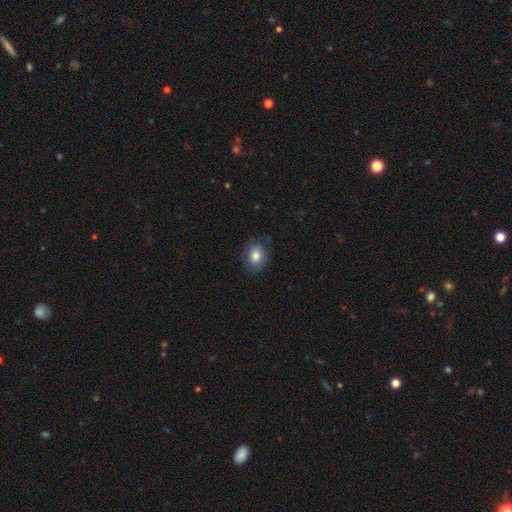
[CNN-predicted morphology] smooth_or_featured: smooth (p=0.82) [alt: featured or disk p=0.09]
how_rounded: in between (p=0.61) [alt: round p=0.38]
merging: none (p=0.83) [alt: minor disturbance p=0.13]